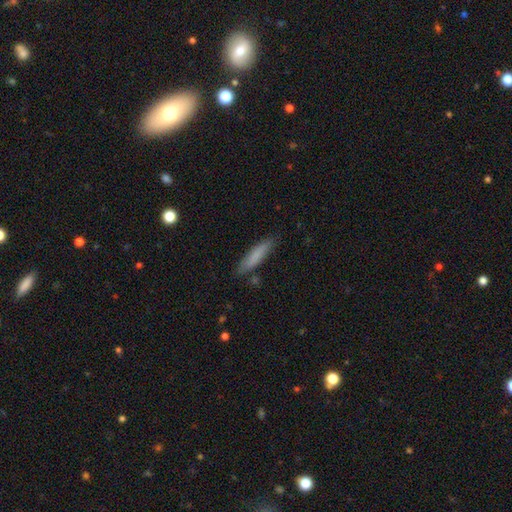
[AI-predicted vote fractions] Smooth or featured: smooth — 79% (featured or disk — 15%)
How rounded: cigar-shaped — 82% (in between — 16%)
Merging: none — 83% (minor disturbance — 12%)